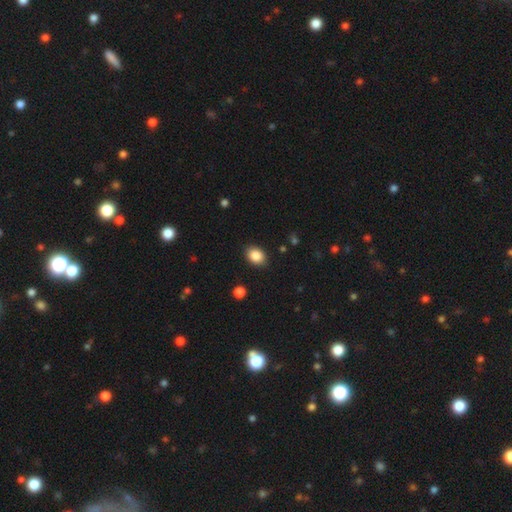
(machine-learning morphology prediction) Q: Smooth or featured?
A: smooth (87%); runner-up: star or artifact (9%)
Q: How rounded?
A: in between (68%); runner-up: round (31%)
Q: Merging?
A: none (87%); runner-up: minor disturbance (9%)